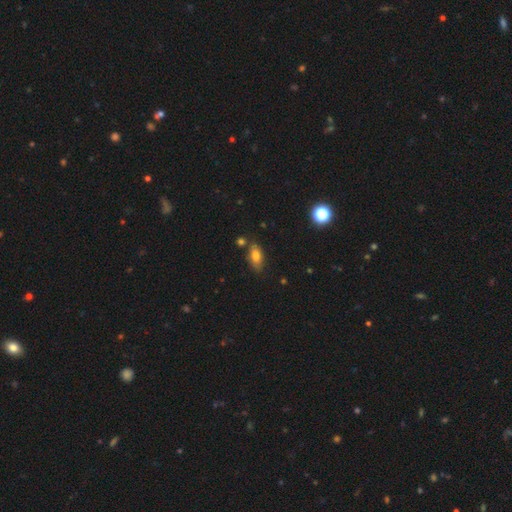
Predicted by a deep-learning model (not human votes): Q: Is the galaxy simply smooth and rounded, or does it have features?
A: smooth — 76%.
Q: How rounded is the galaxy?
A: in between — 85%.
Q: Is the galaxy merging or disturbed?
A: none — 74%.